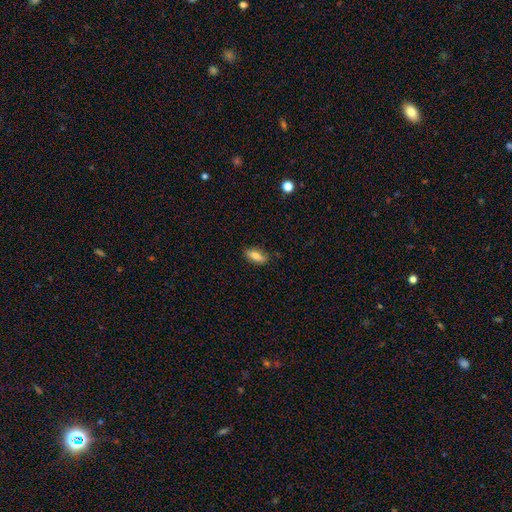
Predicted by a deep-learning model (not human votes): smooth_or_featured: smooth (p=0.78) [alt: featured or disk p=0.15]
how_rounded: in between (p=0.75) [alt: cigar-shaped p=0.22]
merging: none (p=0.80) [alt: minor disturbance p=0.16]